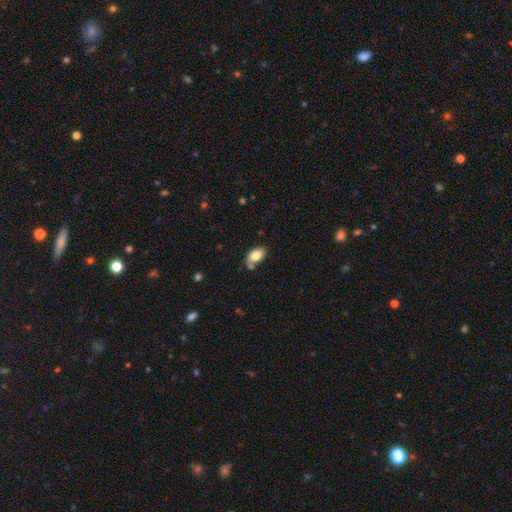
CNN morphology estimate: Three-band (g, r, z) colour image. It shows a smooth galaxy with no disk features (80%) that is in between round and cigar-shaped (91%). Merging: none (62%).